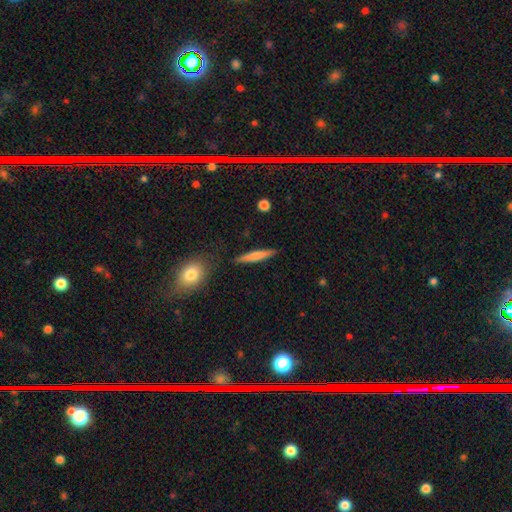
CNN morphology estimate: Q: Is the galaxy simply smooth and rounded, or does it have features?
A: smooth — 65%.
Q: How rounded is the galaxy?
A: cigar-shaped — 90%.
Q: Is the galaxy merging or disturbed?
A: none — 86%.